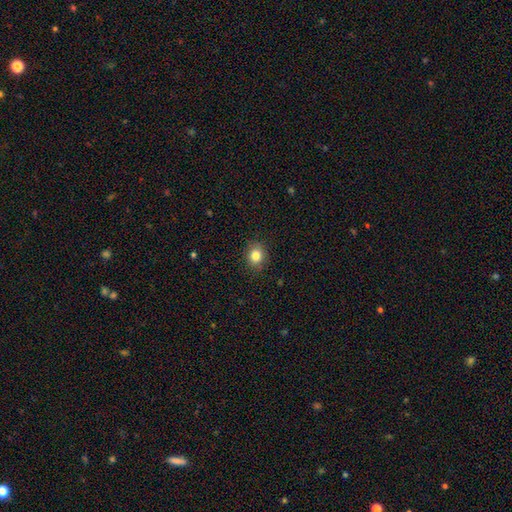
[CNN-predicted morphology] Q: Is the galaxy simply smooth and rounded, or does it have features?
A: smooth — 83%.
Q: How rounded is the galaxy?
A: round — 70%.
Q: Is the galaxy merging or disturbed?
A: none — 88%.